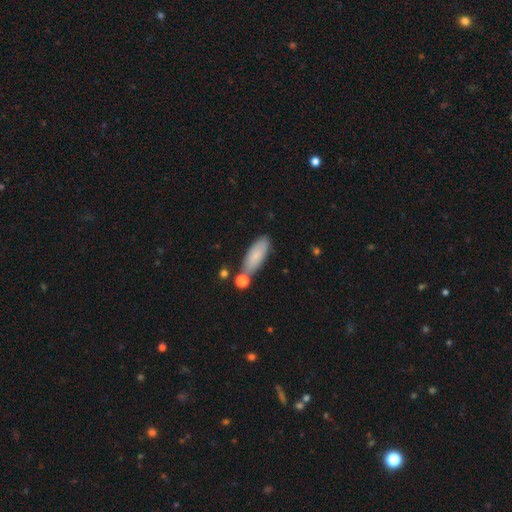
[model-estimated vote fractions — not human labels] smooth 80%, featured or disk 13%, star or artifact 7%. Down the decision tree: how rounded — in between (65%); merging — none (68%).